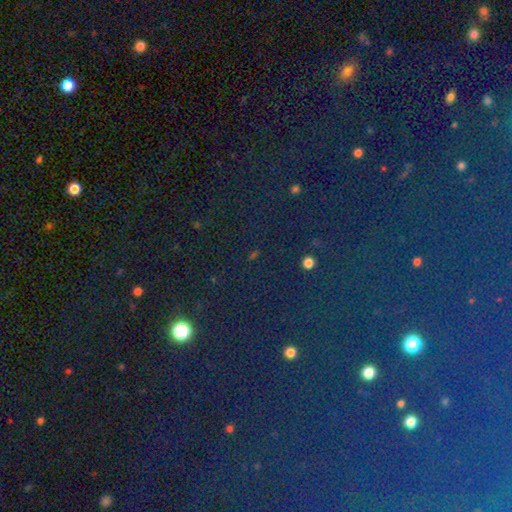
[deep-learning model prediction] Overall: star or artifact (75%).